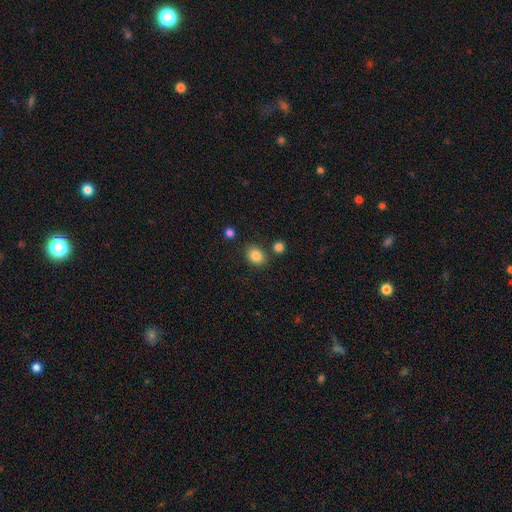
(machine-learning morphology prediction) A smooth galaxy with no disk features (85%) that is in between round and cigar-shaped (50%).

Vote fractions:
- Smooth or featured? smooth: 85% / star or artifact: 10% / featured or disk: 5%
- How rounded? in between: 50% / round: 49% / cigar-shaped: 1%
- Merging? none: 79% / minor disturbance: 11% / merger: 8% / major disturbance: 3%